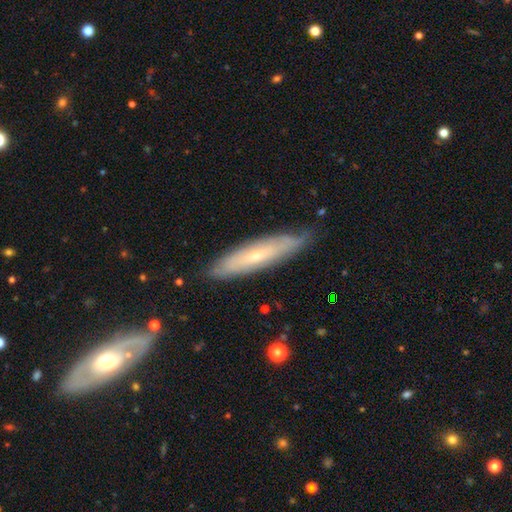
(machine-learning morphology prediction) A featured or disk galaxy (53%) viewed edge-on (54%). Merging: none (80%).